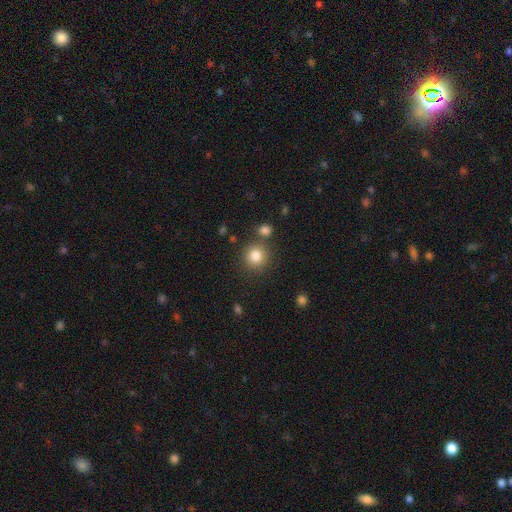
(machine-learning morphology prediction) Smooth or featured: smooth — 82% (star or artifact — 11%)
How rounded: round — 91% (in between — 8%)
Merging: none — 80% (merger — 9%)